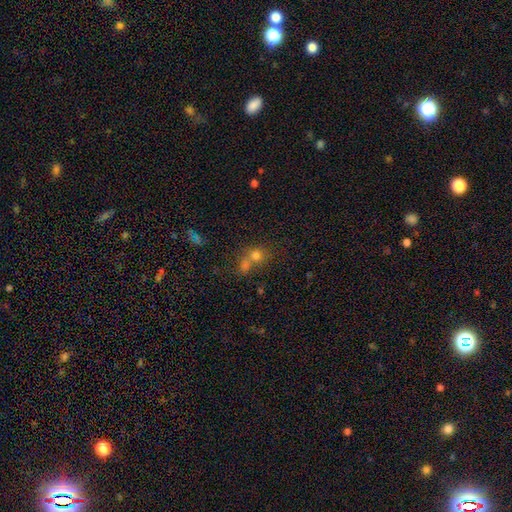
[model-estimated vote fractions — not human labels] Smooth or featured? Predicted: smooth (p=0.67). How rounded? Predicted: round (p=0.78). Merging? Predicted: merger (p=0.49).